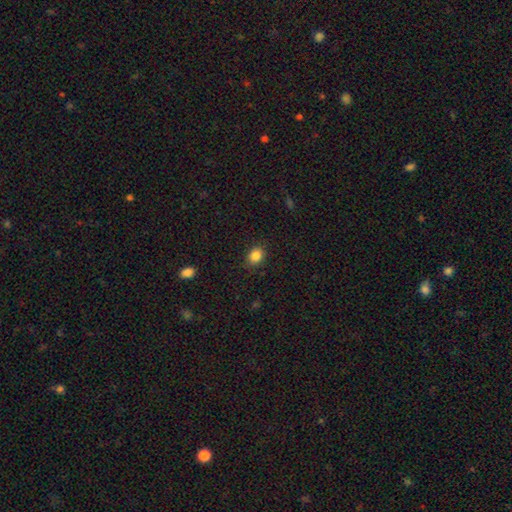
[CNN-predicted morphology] A smooth galaxy with no disk features (85%) that is round (50%). Merging: none (86%).